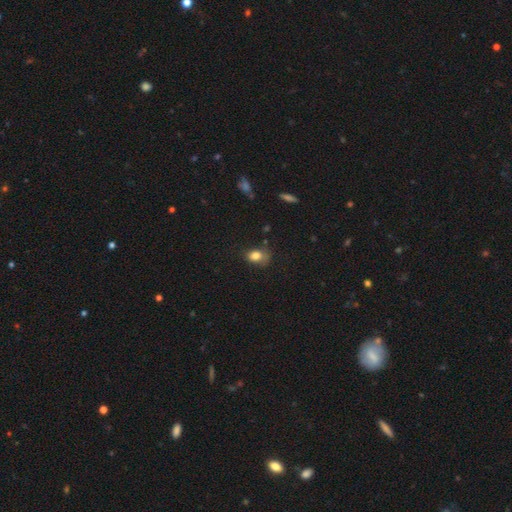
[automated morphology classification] Smooth or featured: smooth — 79% (star or artifact — 10%)
How rounded: in between — 65% (round — 33%)
Merging: none — 50% (minor disturbance — 32%)